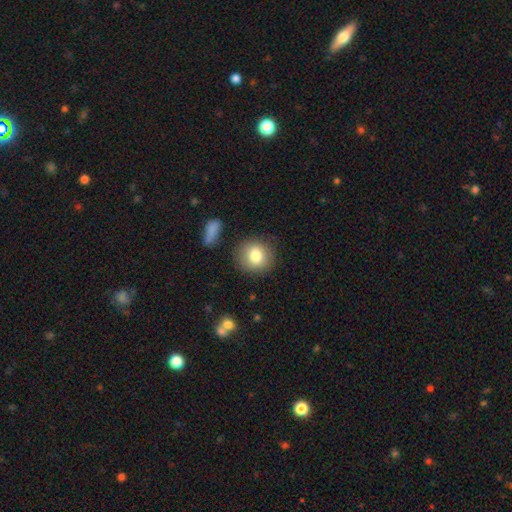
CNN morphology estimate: Q: Smooth or featured?
A: smooth (81%); runner-up: featured or disk (10%)
Q: How rounded?
A: round (88%); runner-up: in between (11%)
Q: Merging?
A: none (85%); runner-up: minor disturbance (9%)